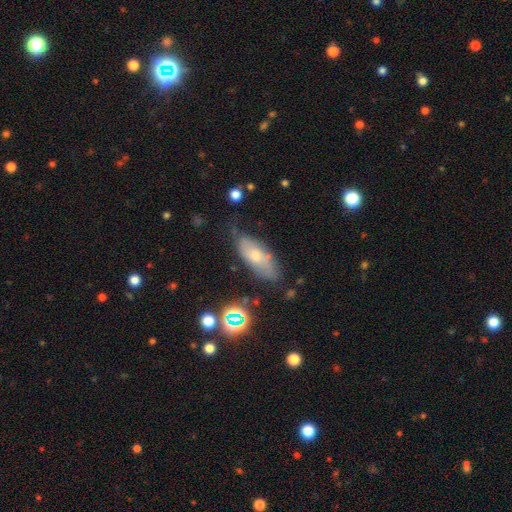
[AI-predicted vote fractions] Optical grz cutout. It shows a smooth galaxy with no disk features (57%) that is in between round and cigar-shaped (81%). Merging: none (59%).